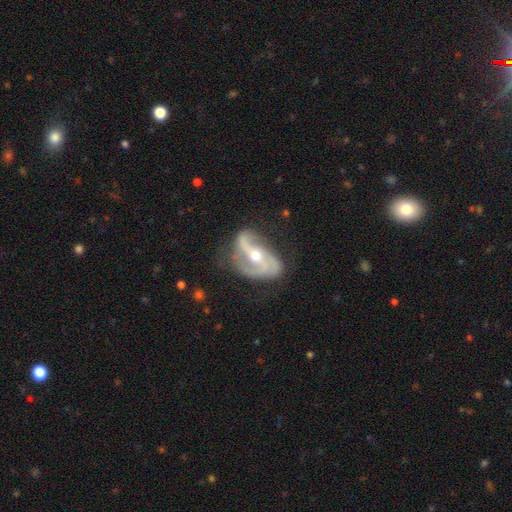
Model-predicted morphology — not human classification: Overall: featured or disk (87%). Edge-on disk: no (96%). Bar: strong (33%, tied with no and weak). Spiral arms: yes (95%). Spiral arm count: 2 (64%). Spiral winding: medium (43%; loose 40%). Bulge size: moderate (59%; small 37%). Merging: none (56%; minor disturbance 25%).